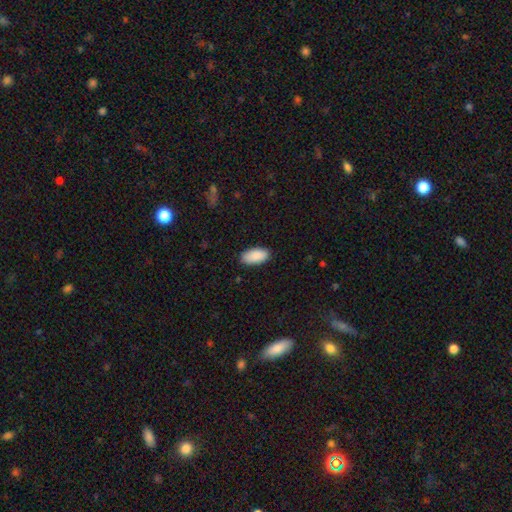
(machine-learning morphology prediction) Q: Smooth or featured?
A: smooth (90%); runner-up: star or artifact (6%)
Q: How rounded?
A: in between (94%); runner-up: cigar-shaped (4%)
Q: Merging?
A: none (87%); runner-up: minor disturbance (10%)